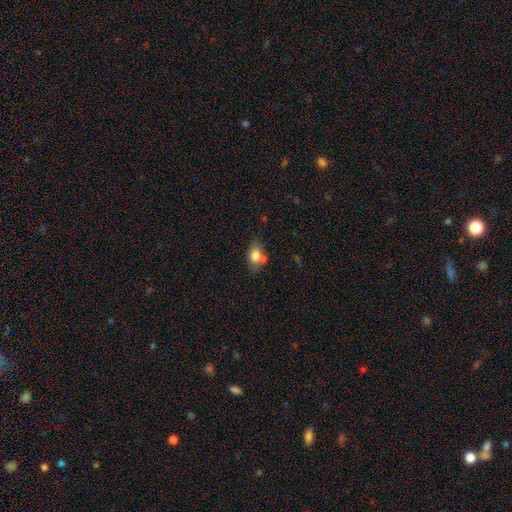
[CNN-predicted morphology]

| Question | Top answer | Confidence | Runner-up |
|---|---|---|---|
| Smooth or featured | smooth | 79% | featured or disk (12%) |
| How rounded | in between | 80% | round (18%) |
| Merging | none | 56% | merger (21%) |